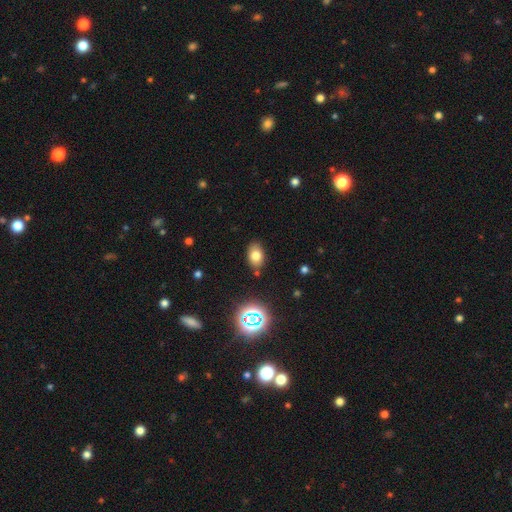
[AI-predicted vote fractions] smooth 75%, star or artifact 15%, featured or disk 11%. Down the decision tree: how rounded — in between (82%); merging — none (82%).